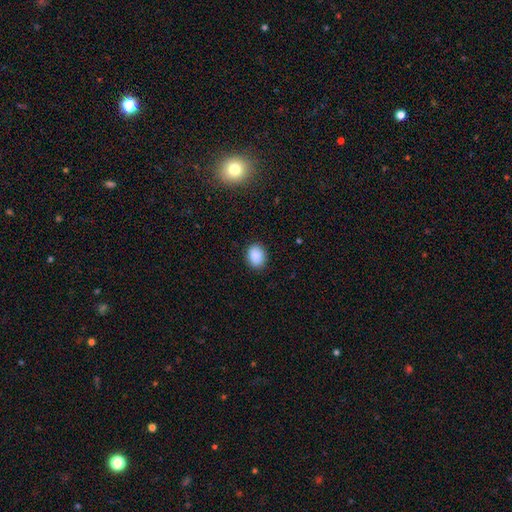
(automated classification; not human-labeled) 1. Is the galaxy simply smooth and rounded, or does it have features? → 89% smooth, 8% star or artifact, 3% featured or disk.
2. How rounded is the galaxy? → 57% in between, 42% round, 1% cigar-shaped.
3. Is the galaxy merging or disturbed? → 87% none, 10% minor disturbance, 3% major disturbance, 1% merger.